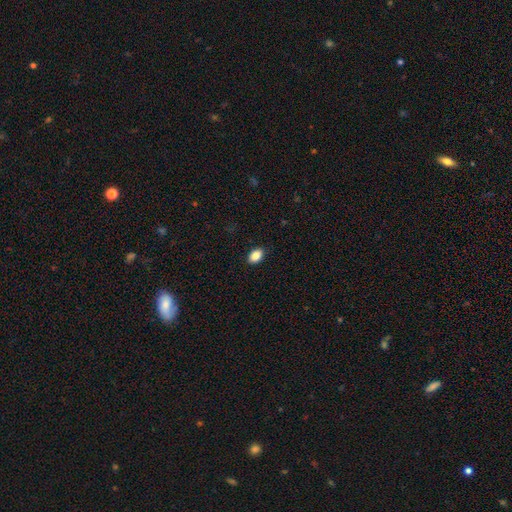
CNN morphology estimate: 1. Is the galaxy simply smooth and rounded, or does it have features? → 87% smooth, 8% star or artifact, 5% featured or disk.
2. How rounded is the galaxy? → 86% in between, 13% round, 1% cigar-shaped.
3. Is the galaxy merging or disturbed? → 89% none, 8% minor disturbance, 2% major disturbance, 1% merger.